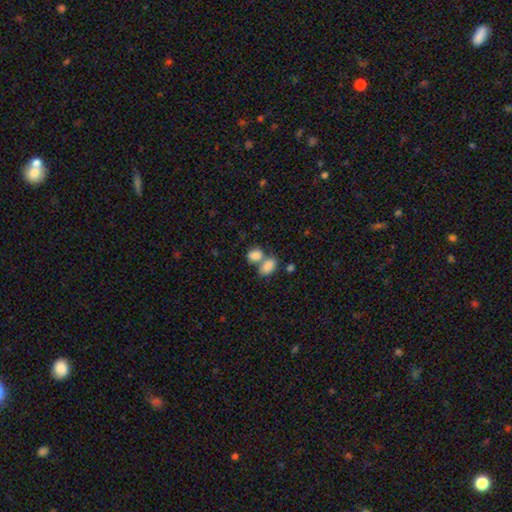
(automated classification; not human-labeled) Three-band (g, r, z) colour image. It shows a smooth galaxy with no disk features (84%) that is in between round and cigar-shaped (78%). Merging: merger (60%).